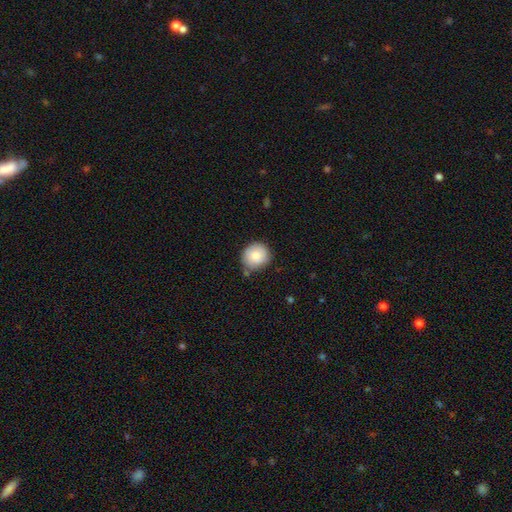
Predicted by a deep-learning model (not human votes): smooth 83%, featured or disk 10%, star or artifact 7%. Down the decision tree: how rounded — round (87%); merging — none (72%).